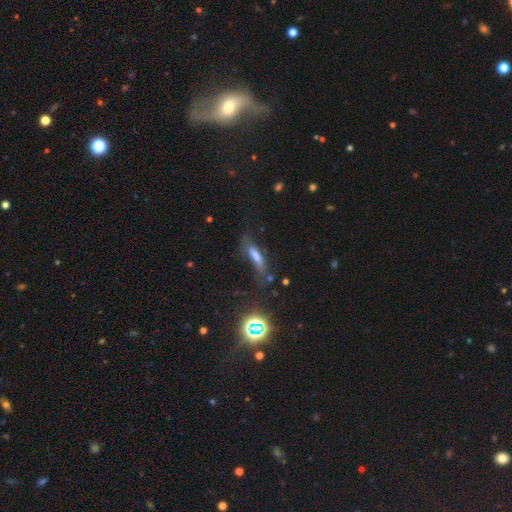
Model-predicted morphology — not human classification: type=smooth (52%); roundness=cigar-shaped (72%); merging=none (58%).